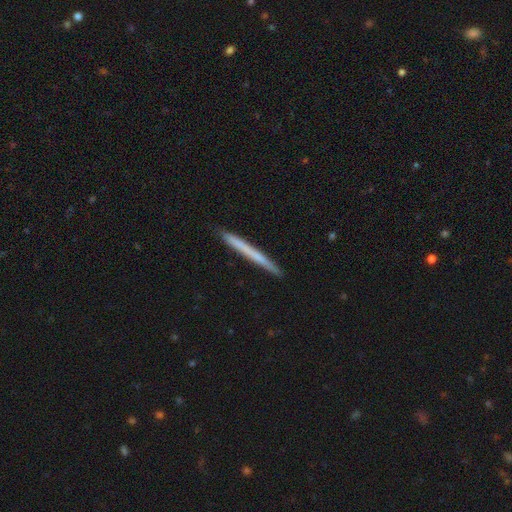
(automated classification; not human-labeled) A smooth galaxy with no disk features (58%) that is cigar-shaped (97%).

Vote fractions:
- Smooth or featured? smooth: 58% / featured or disk: 37% / star or artifact: 5%
- How rounded? cigar-shaped: 97% / in between: 1% / round: 1%
- Merging? none: 91% / minor disturbance: 6% / major disturbance: 1% / merger: 1%